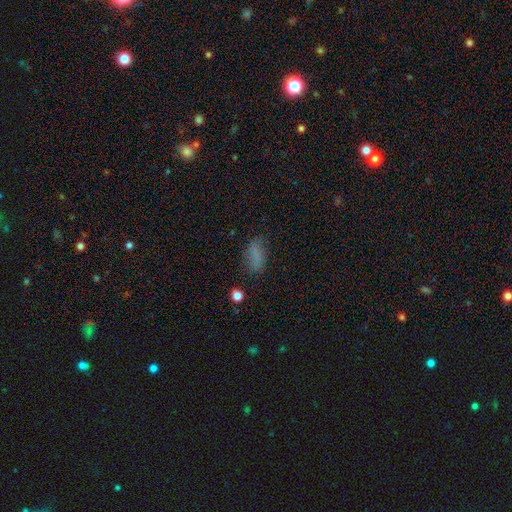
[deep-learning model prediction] smooth-or-featured: smooth: 74% | star or artifact: 14% | featured or disk: 12%
  how-rounded: in between: 83% | cigar-shaped: 11% | round: 5%
  merging: none: 69% | minor disturbance: 20% | major disturbance: 9% | merger: 3%